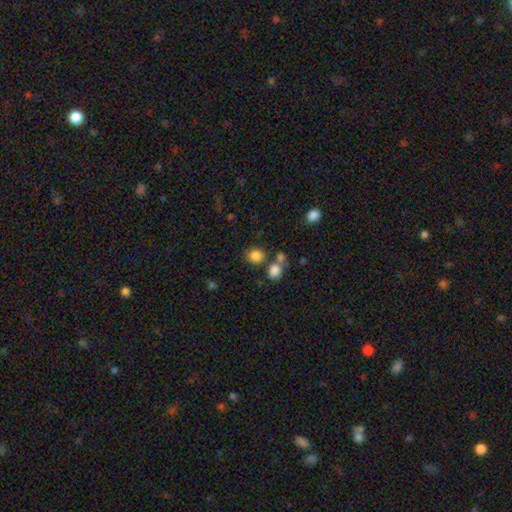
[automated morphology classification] smooth 84%, star or artifact 11%, featured or disk 5%. Down the decision tree: how rounded — round (77%); merging — none (69%).